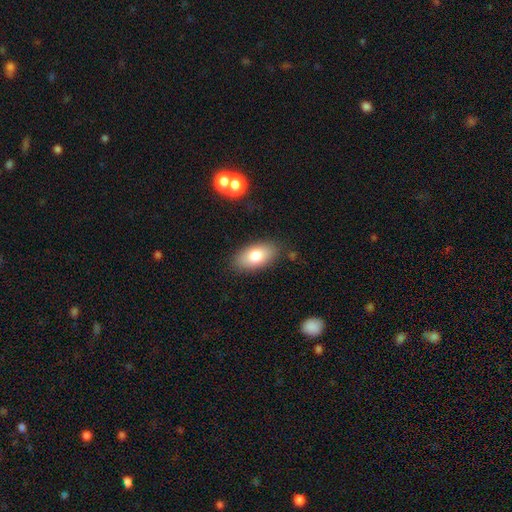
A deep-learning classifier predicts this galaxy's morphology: A smooth galaxy with no disk features (78%) that is in between round and cigar-shaped (92%). Merging: none (85%).